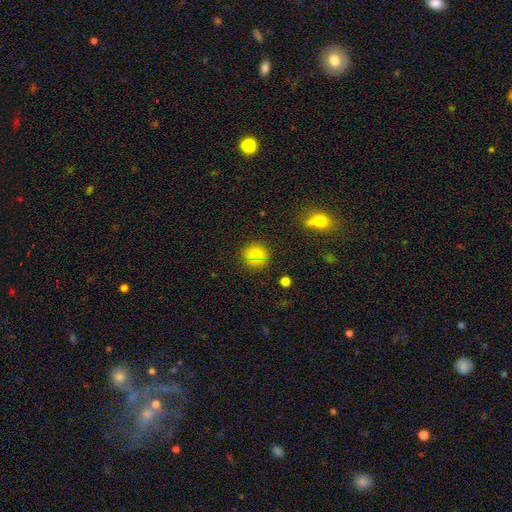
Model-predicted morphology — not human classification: smooth_or_featured: smooth (p=0.78) [alt: star or artifact p=0.14]
how_rounded: round (p=0.90) [alt: in between p=0.09]
merging: none (p=0.88) [alt: minor disturbance p=0.08]